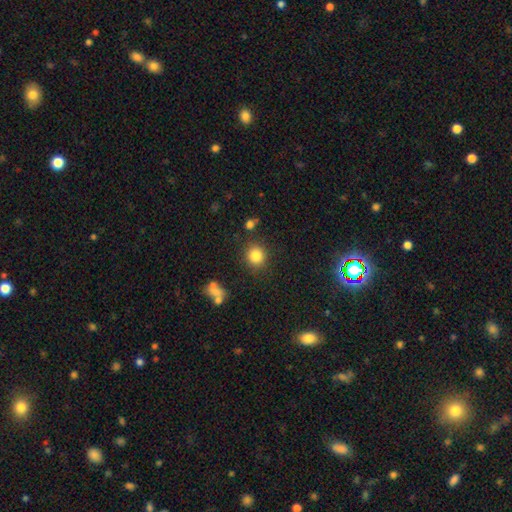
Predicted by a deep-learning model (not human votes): This appears to be a smooth galaxy with no disk features (83%) that is round (86%). Merging: none (84%).